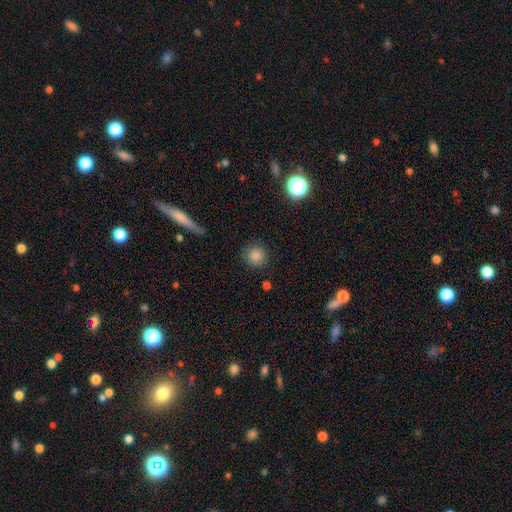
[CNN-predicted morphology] This is clearly a smooth galaxy (84%). How rounded: clearly round (92%). Merging: clearly none (86%).